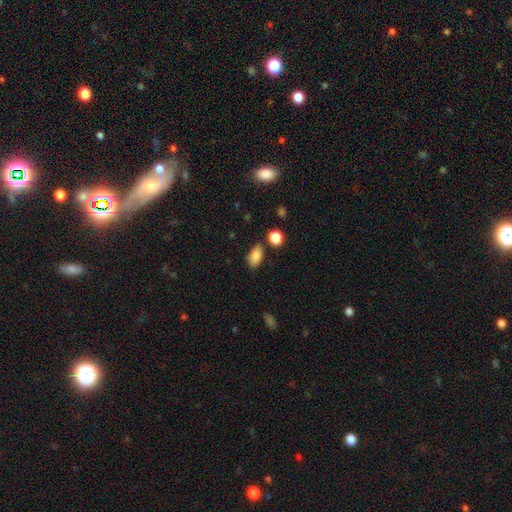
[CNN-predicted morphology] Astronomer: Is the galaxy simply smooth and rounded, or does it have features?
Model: smooth — 85%.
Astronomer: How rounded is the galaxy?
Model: in between — 90%.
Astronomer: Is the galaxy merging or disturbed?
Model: none — 79%.